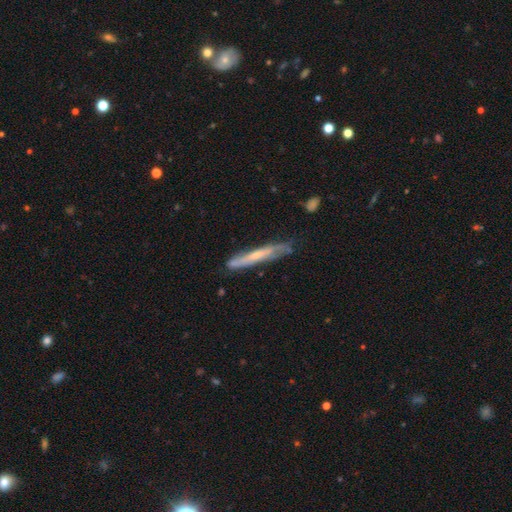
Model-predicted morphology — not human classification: The model was most divided on "smooth or featured": featured or disk: 58%, smooth: 35%, star or artifact: 6%. More confident: edge-on disk — yes (78%); merging — none (71%).